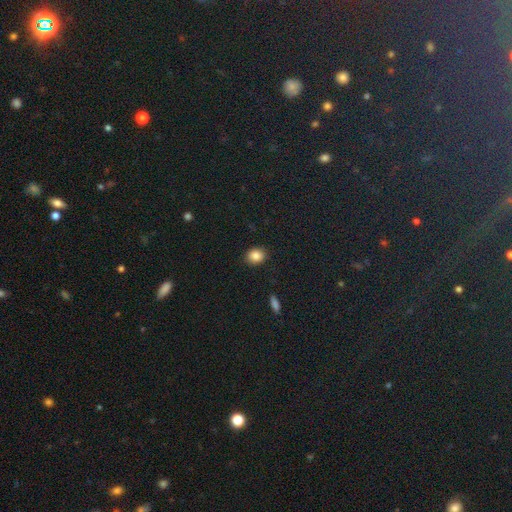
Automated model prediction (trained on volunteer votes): A smooth galaxy with no disk features (86%) that is round (58%).

Vote fractions:
- Smooth or featured? smooth: 86% / star or artifact: 10% / featured or disk: 5%
- How rounded? round: 58% / in between: 41% / cigar-shaped: 1%
- Merging? none: 89% / minor disturbance: 8% / major disturbance: 2% / merger: 1%